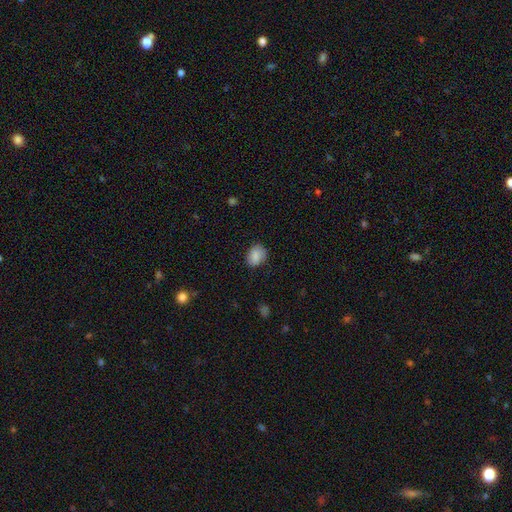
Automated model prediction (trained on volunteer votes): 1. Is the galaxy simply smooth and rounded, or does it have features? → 86% smooth, 8% star or artifact, 6% featured or disk.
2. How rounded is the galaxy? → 63% in between, 36% round, 1% cigar-shaped.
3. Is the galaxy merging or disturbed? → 79% none, 16% minor disturbance, 4% major disturbance, 1% merger.